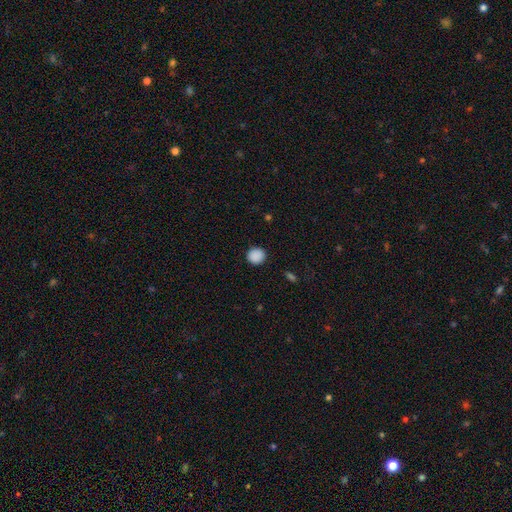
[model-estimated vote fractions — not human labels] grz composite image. It shows a smooth galaxy with no disk features (89%) that is round (89%). Merging: none (91%).